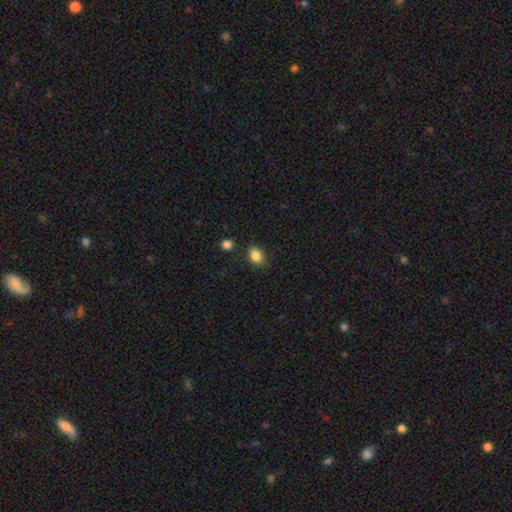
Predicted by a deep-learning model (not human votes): Smooth or featured: smooth — 86% (star or artifact — 9%)
How rounded: in between — 76% (round — 23%)
Merging: none — 79% (minor disturbance — 14%)